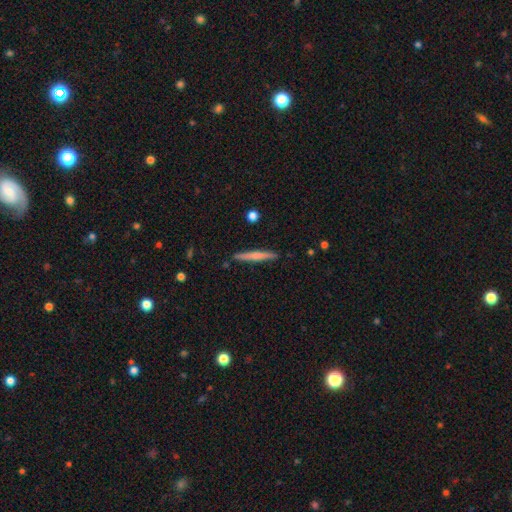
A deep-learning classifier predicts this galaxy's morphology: smooth_or_featured: smooth (p=0.52) [alt: featured or disk p=0.42]
how_rounded: cigar-shaped (p=0.95) [alt: in between p=0.03]
merging: none (p=0.90) [alt: minor disturbance p=0.07]